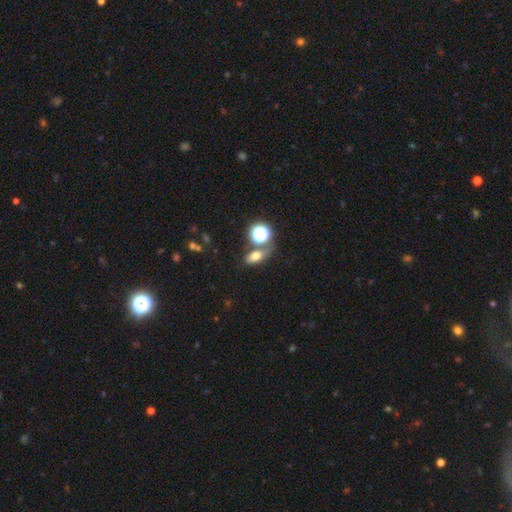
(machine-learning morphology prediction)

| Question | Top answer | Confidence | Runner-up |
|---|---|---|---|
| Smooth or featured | smooth | 68% | star or artifact (18%) |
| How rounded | in between | 72% | round (21%) |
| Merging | none | 64% | merger (19%) |